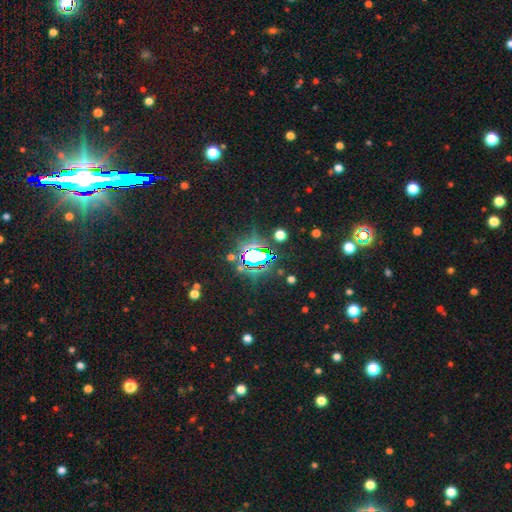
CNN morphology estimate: smooth_or_featured: star or artifact (p=0.74) [alt: smooth p=0.16]